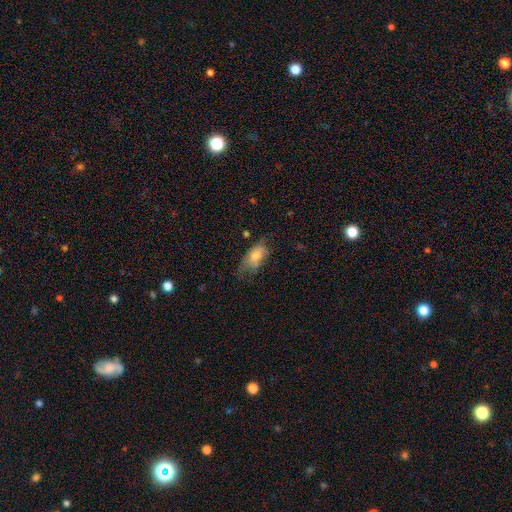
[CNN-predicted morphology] This is likely a smooth galaxy (66%). How rounded: clearly in between (88%). Merging: possibly none (48%).